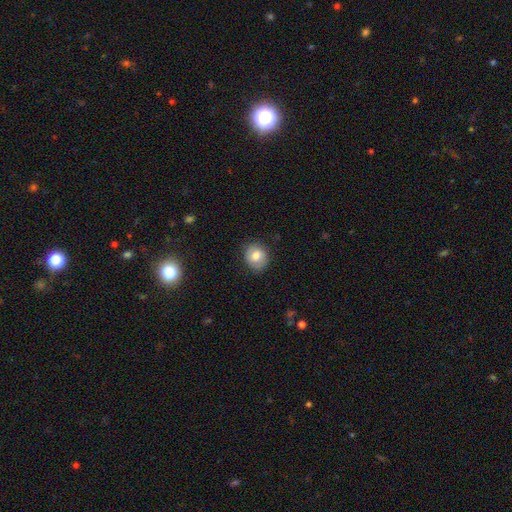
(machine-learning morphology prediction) Smooth or featured: smooth — 72% (featured or disk — 20%)
How rounded: round — 73% (in between — 26%)
Merging: none — 84% (minor disturbance — 12%)